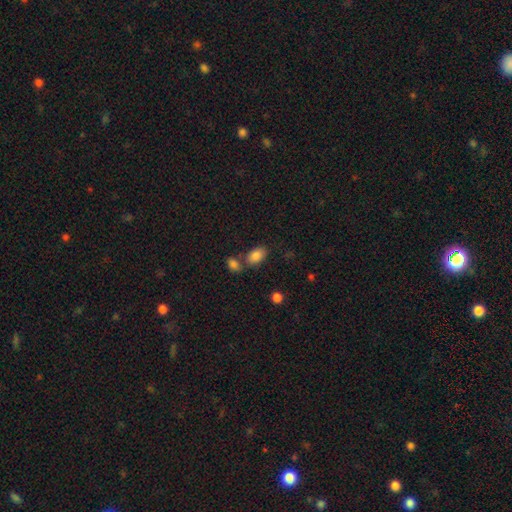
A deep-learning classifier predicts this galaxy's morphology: The model was most divided on "merging": none: 56%, merger: 29%, minor disturbance: 12%, major disturbance: 4%. More confident: how rounded — in between (91%); smooth or featured — smooth (85%).